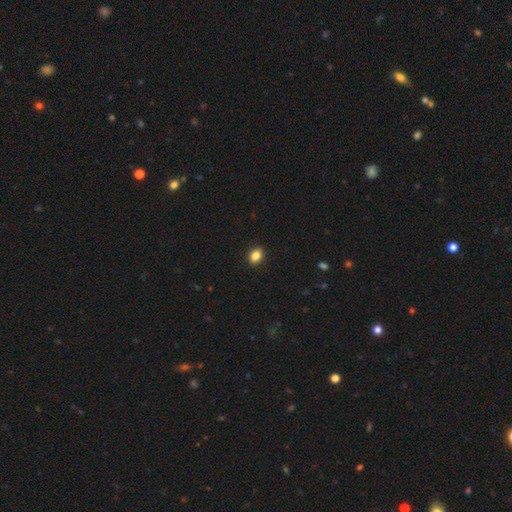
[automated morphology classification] A smooth galaxy with no disk features (86%) that is in between round and cigar-shaped (64%).

Vote fractions:
- Smooth or featured? smooth: 86% / star or artifact: 9% / featured or disk: 5%
- How rounded? in between: 64% / round: 35% / cigar-shaped: 1%
- Merging? none: 91% / minor disturbance: 6% / major disturbance: 2% / merger: 1%